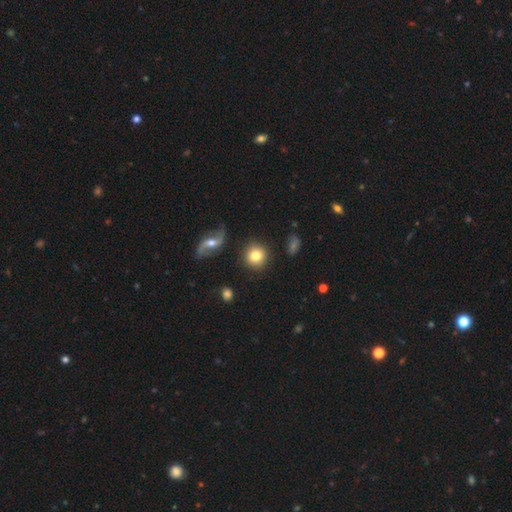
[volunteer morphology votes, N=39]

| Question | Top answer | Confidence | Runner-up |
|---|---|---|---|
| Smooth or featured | smooth | 74% | featured or disk (15%) |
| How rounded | round | 93% | in between (7%) |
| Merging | none | 74% | minor disturbance (11%) |